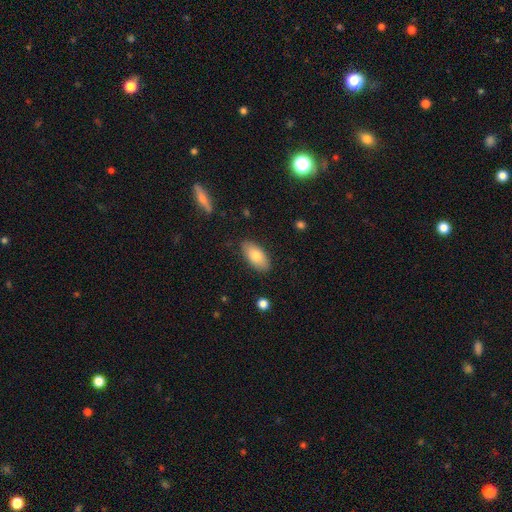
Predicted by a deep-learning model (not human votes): This is likely a smooth galaxy (75%). How rounded: clearly in between (91%). Merging: clearly none (86%).